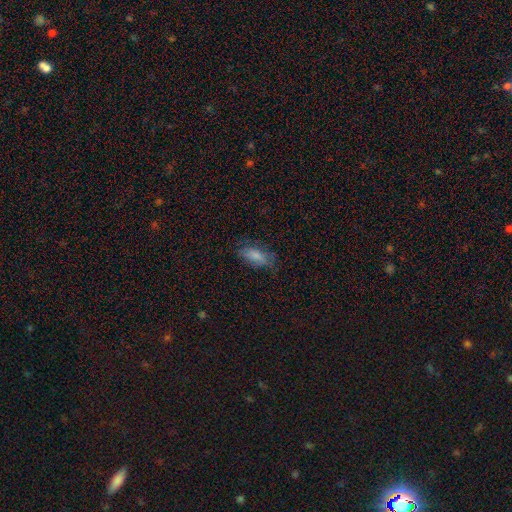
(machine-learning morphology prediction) smooth 79%, featured or disk 12%, star or artifact 9%. Down the decision tree: how rounded — in between (82%); merging — none (69%).